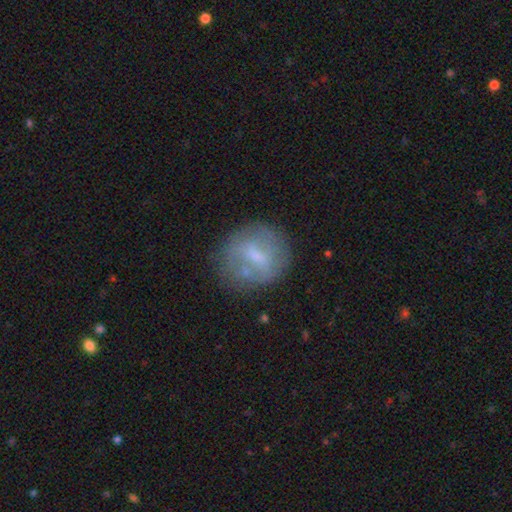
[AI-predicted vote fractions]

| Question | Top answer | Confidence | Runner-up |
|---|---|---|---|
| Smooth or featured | smooth | 46% | featured or disk (45%) |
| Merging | none | 68% | minor disturbance (19%) |